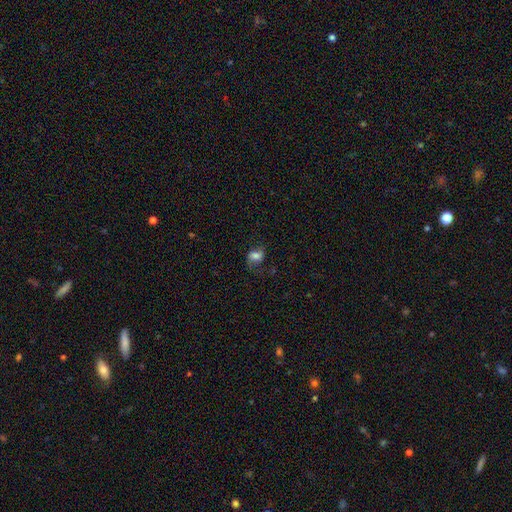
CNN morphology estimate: smooth-or-featured: smooth: 64% | featured or disk: 26% | star or artifact: 10%
  how-rounded: in between: 63% | round: 35% | cigar-shaped: 2%
  merging: none: 58% | minor disturbance: 24% | major disturbance: 17% | merger: 2%